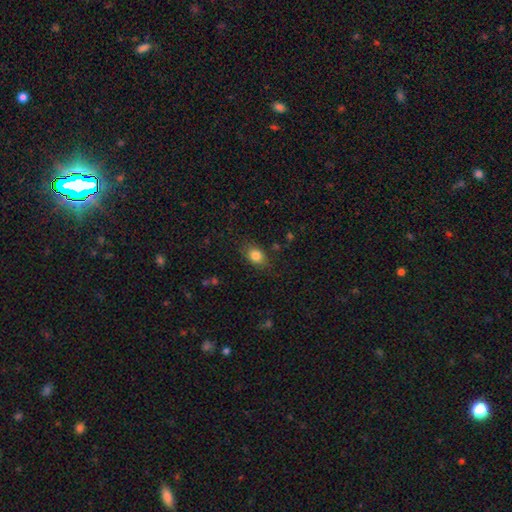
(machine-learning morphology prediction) Q: Smooth or featured?
A: smooth (83%); runner-up: star or artifact (10%)
Q: How rounded?
A: in between (68%); runner-up: round (31%)
Q: Merging?
A: none (79%); runner-up: minor disturbance (15%)